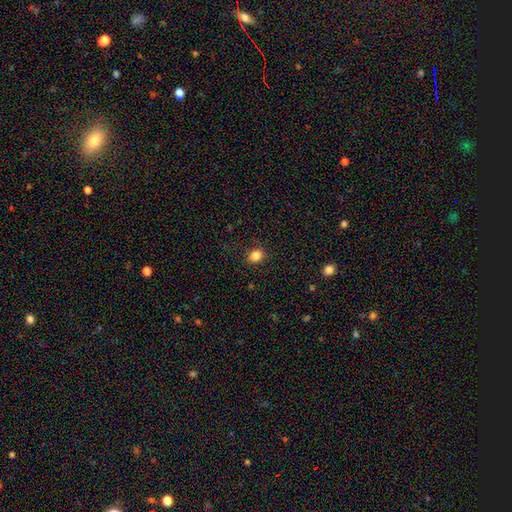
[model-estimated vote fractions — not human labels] smooth-or-featured: smooth: 84% | star or artifact: 11% | featured or disk: 5%
  how-rounded: round: 61% | in between: 38% | cigar-shaped: 1%
  merging: none: 88% | minor disturbance: 8% | major disturbance: 2% | merger: 1%